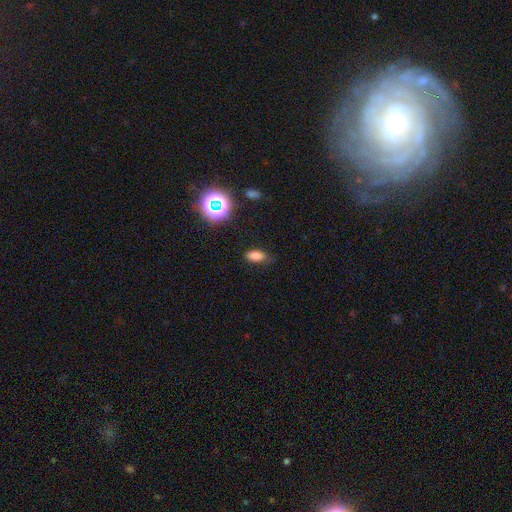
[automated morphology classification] This appears to be a smooth galaxy with no disk features (79%) that is in between round and cigar-shaped (86%). Merging: none (76%).